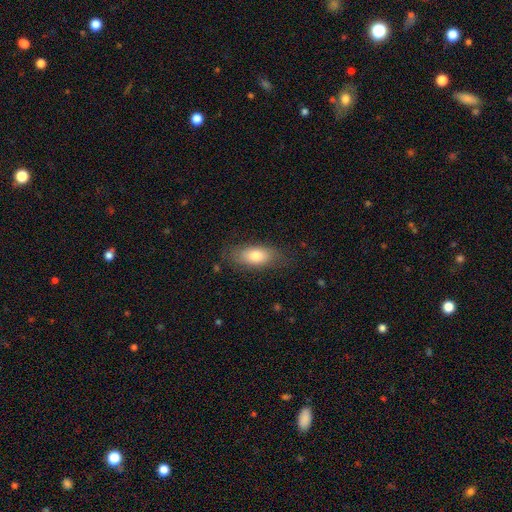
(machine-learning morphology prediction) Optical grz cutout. It shows a smooth galaxy with no disk features (76%) that is in between round and cigar-shaped (85%). Merging: none (77%).